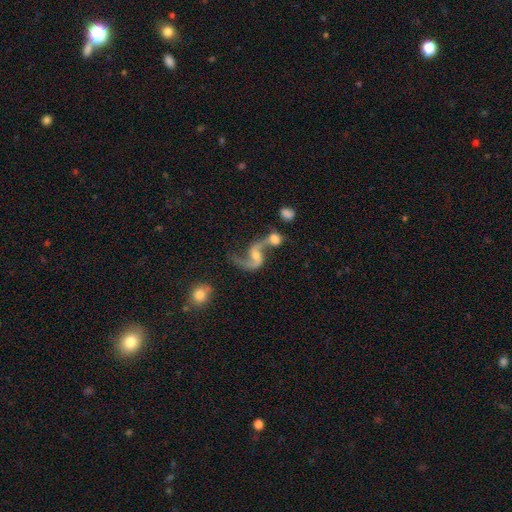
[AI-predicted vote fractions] Smooth or featured: featured or disk — 86% (smooth — 8%)
Edge-on disk: no — 97% (yes — 3%)
Bar: weak — 43% (no — 41%)
Spiral arms: yes — 94% (no — 6%)
Spiral winding: loose — 78% (medium — 18%)
Spiral arm count: 2 — 89% (1 — 6%)
Bulge size: moderate — 48% (small — 36%)
Merging: merger — 46% (none — 32%)